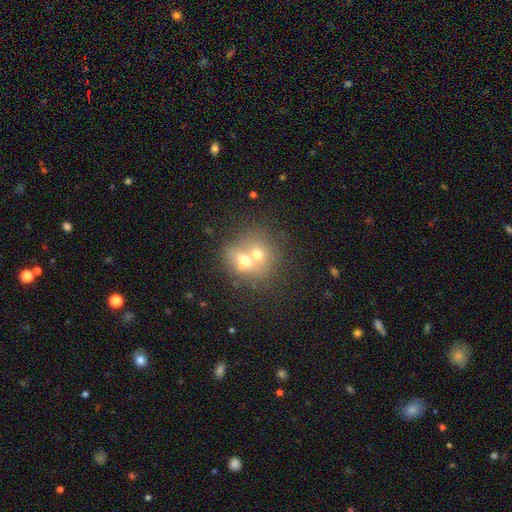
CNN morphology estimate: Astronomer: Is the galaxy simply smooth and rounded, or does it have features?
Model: smooth — 57%.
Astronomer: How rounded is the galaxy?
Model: round — 76%.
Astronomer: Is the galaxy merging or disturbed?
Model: merger — 66%.